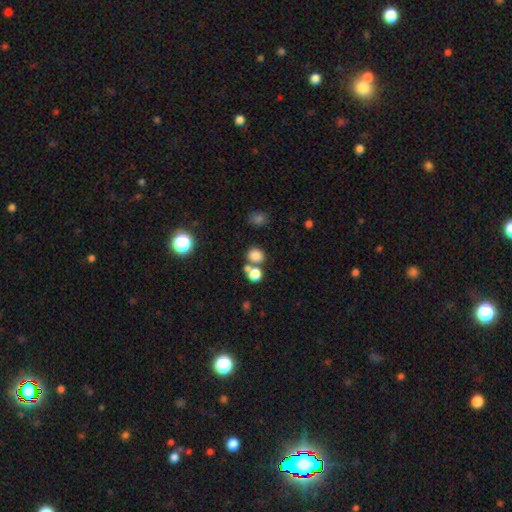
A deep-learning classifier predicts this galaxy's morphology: Q: Smooth or featured?
A: smooth (78%); runner-up: star or artifact (15%)
Q: How rounded?
A: round (71%); runner-up: in between (28%)
Q: Merging?
A: none (57%); runner-up: merger (32%)